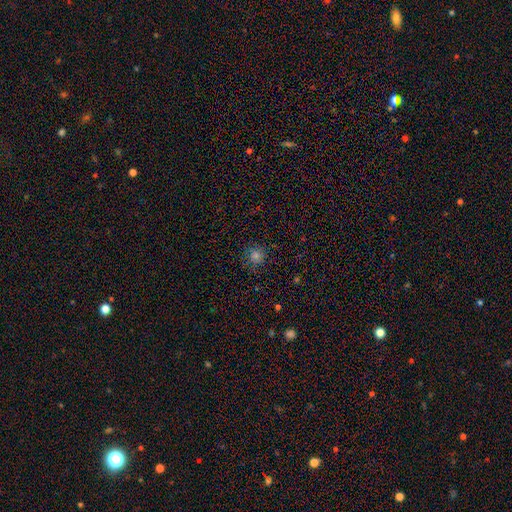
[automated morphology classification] Smooth or featured?
  - smooth: 73% *
  - star or artifact: 21%
  - featured or disk: 7%
How rounded?
  - round: 91% *
  - in between: 8%
  - cigar-shaped: 1%
Merging?
  - none: 84% *
  - minor disturbance: 12%
  - major disturbance: 4%
  - merger: 1%